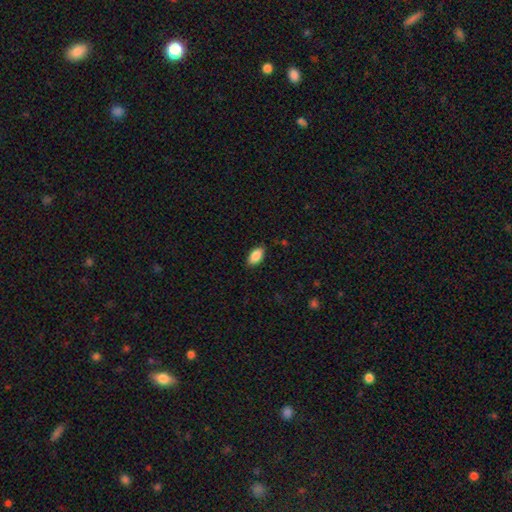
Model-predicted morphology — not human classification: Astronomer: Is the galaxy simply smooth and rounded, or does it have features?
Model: smooth — 88%.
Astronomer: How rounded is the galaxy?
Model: in between — 93%.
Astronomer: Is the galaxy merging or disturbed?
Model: none — 85%.